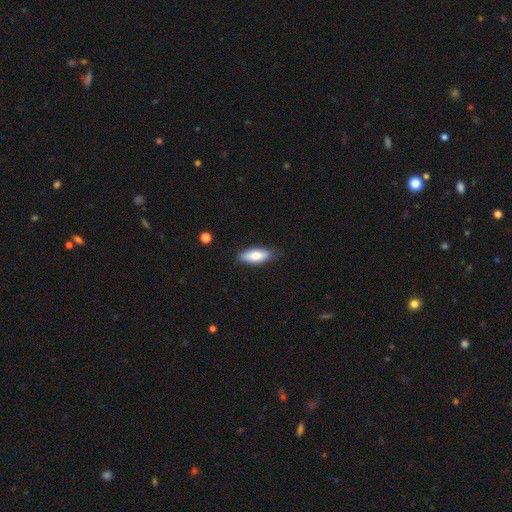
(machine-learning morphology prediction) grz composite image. It shows a smooth galaxy with no disk features (80%) that is in between round and cigar-shaped (75%). Merging: none (83%).